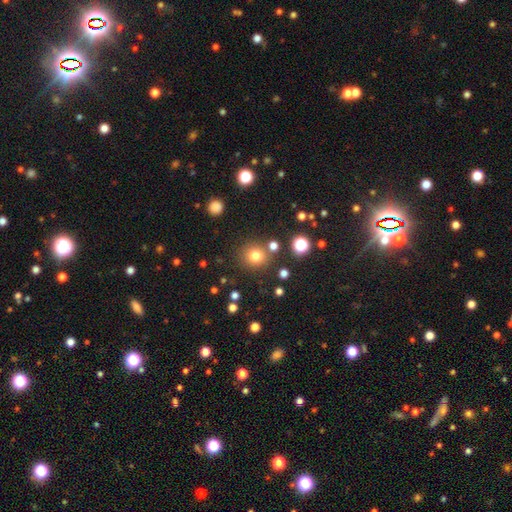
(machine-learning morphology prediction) The model was most divided on "smooth or featured": smooth: 77%, star or artifact: 16%, featured or disk: 7%. More confident: how rounded — round (91%); merging — none (82%).